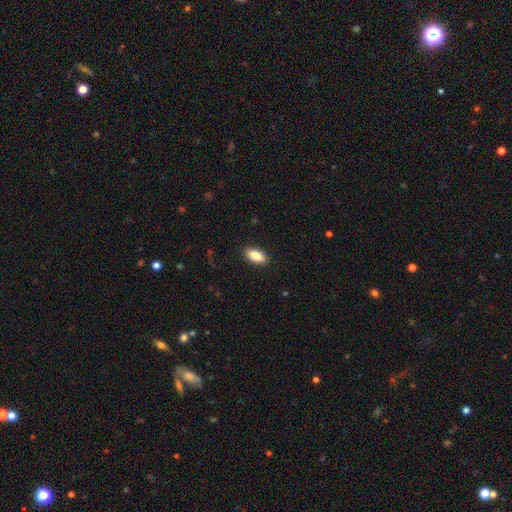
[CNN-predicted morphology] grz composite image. It shows a smooth galaxy with no disk features (86%) that is in between round and cigar-shaped (90%). Merging: none (89%).